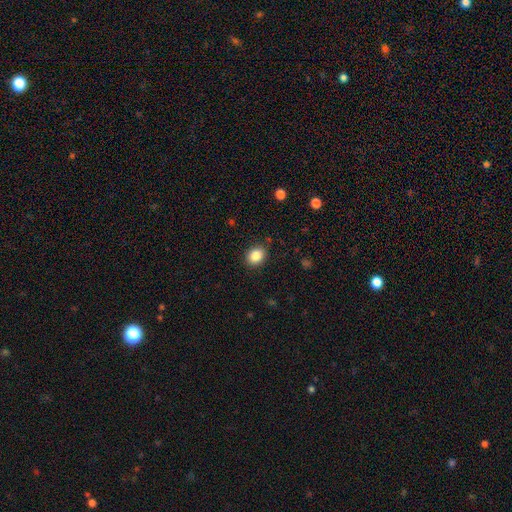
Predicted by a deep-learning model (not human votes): This appears to be a smooth galaxy with no disk features (85%) that is in between round and cigar-shaped (50%). Merging: none (88%).